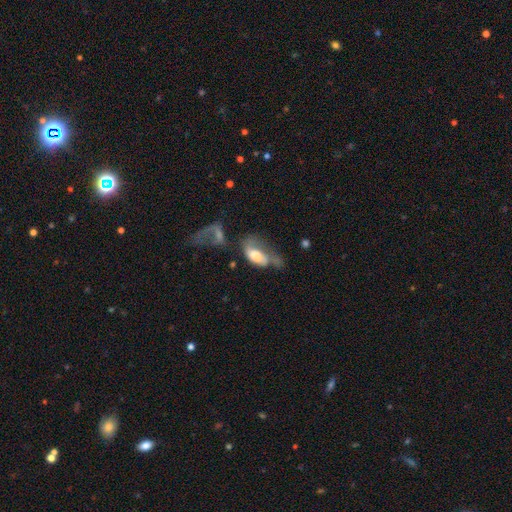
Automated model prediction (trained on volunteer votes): Morphology: type=smooth (51%); roundness=in between (88%); merging=major disturbance (43%).